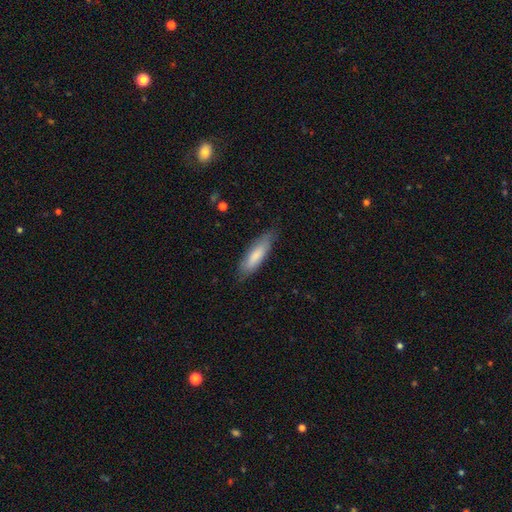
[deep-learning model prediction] Smooth or featured: smooth — 79% (featured or disk — 15%)
How rounded: cigar-shaped — 58% (in between — 40%)
Merging: none — 77% (minor disturbance — 18%)